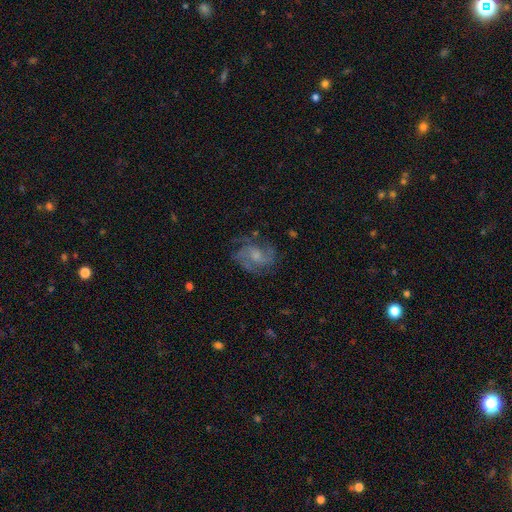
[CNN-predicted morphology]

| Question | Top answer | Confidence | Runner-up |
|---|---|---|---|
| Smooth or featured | featured or disk | 75% | smooth (16%) |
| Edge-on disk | no | 97% | yes (3%) |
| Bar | no | 65% | weak (31%) |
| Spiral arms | yes | 91% | no (9%) |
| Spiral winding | medium | 51% | tight (29%) |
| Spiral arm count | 3 | 32% | 2 (30%) |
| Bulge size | moderate | 47% | small (34%) |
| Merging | none | 68% | minor disturbance (19%) |